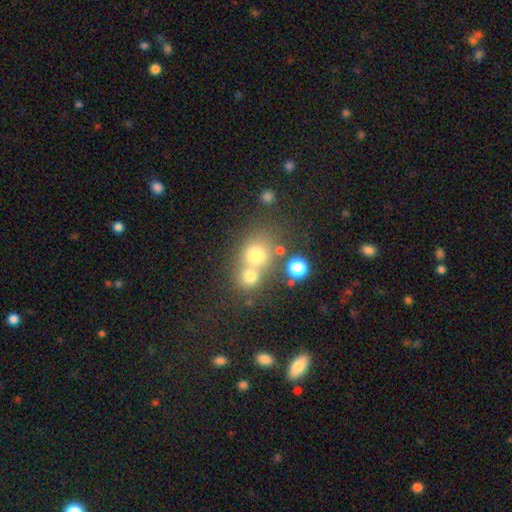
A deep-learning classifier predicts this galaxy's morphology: smooth-or-featured: smooth: 68% | star or artifact: 17% | featured or disk: 14%
  how-rounded: round: 76% | in between: 23% | cigar-shaped: 1%
  merging: merger: 51% | none: 39% | minor disturbance: 7% | major disturbance: 4%